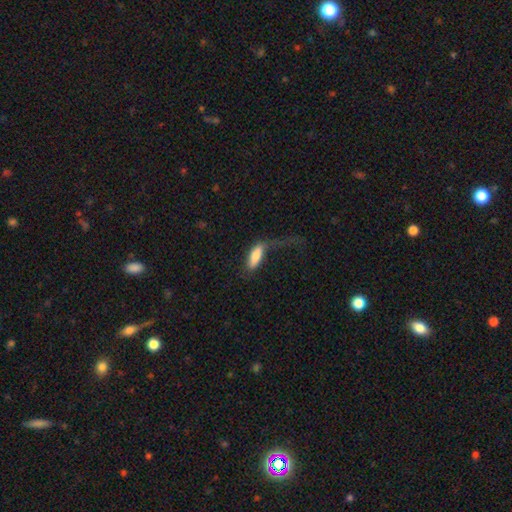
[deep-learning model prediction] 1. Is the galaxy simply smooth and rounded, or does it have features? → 78% smooth, 15% featured or disk, 6% star or artifact.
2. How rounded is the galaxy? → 63% in between, 35% cigar-shaped, 2% round.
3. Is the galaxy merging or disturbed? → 42% major disturbance, 32% none, 22% minor disturbance, 4% merger.